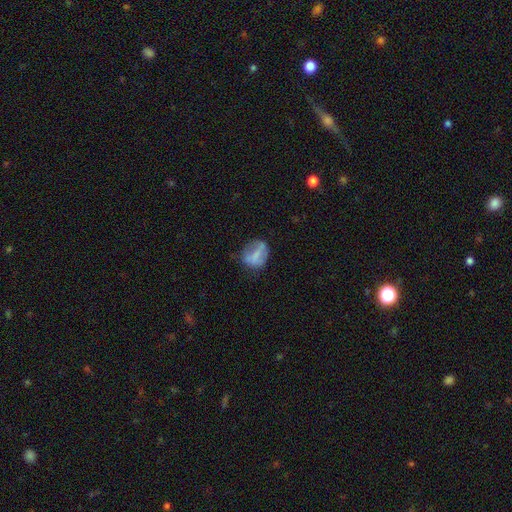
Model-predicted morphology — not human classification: smooth_or_featured: smooth (p=0.58) [alt: featured or disk p=0.32]
how_rounded: in between (p=0.50) [alt: round p=0.46]
merging: none (p=0.52) [alt: minor disturbance p=0.26]